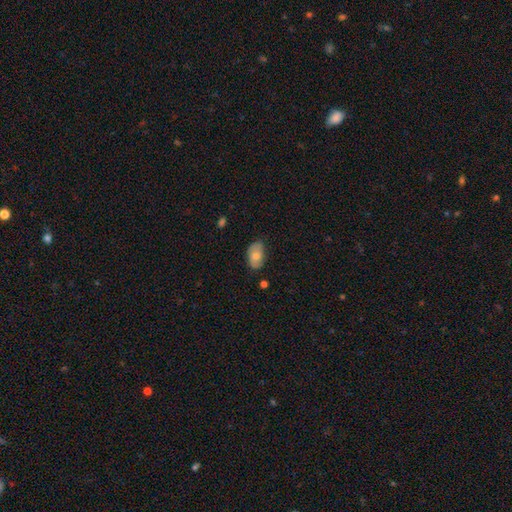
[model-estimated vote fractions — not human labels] Overall: smooth (69%). How rounded: in between (91%). Merging: none (74%).